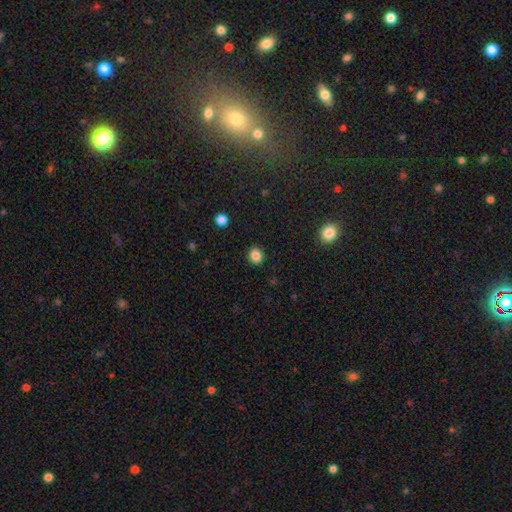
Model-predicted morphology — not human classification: A smooth galaxy with no disk features (85%) that is round (75%).

Vote fractions:
- Smooth or featured? smooth: 85% / star or artifact: 11% / featured or disk: 4%
- How rounded? round: 75% / in between: 24% / cigar-shaped: 1%
- Merging? none: 91% / minor disturbance: 6% / major disturbance: 2% / merger: 1%